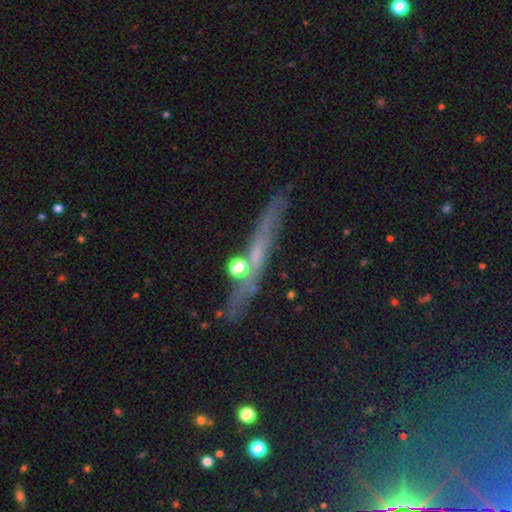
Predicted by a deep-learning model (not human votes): Overall: featured or disk (54%; smooth 30%). Edge-on disk: yes (83%). Merging: none (78%).